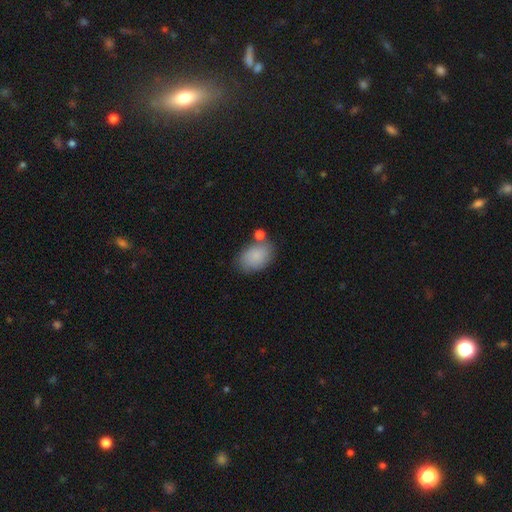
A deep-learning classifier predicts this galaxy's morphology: The model was most divided on "merging": none: 64%, minor disturbance: 17%, merger: 13%, major disturbance: 5%. More confident: how rounded — in between (85%); smooth or featured — smooth (85%).